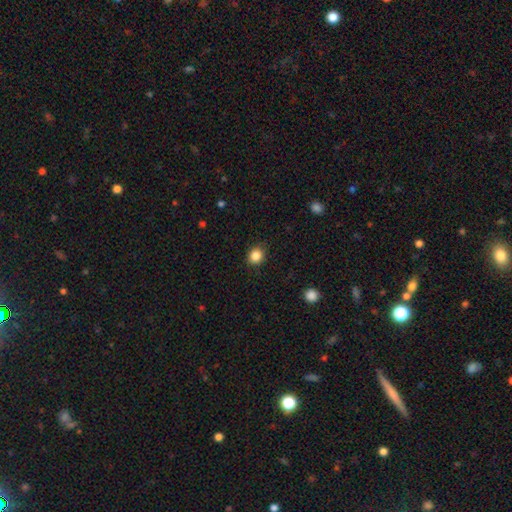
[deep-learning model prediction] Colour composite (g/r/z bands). It shows a smooth galaxy with no disk features (86%) that is round (75%). Merging: none (87%).